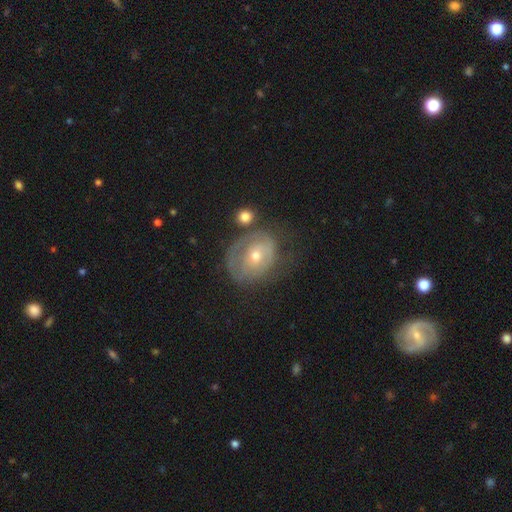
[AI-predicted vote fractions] smooth-or-featured: featured or disk: 66% | smooth: 26% | star or artifact: 8%
  disk-edge-on: no: 96% | yes: 4%
    bar: no: 65% | weak: 27% | strong: 8%
    has-spiral-arms: yes: 61% | no: 39%
    bulge-size: moderate: 49% | small: 48% | large: 2% | none: 1% | dominant: 1%
  merging: none: 50% | minor disturbance: 24% | major disturbance: 17% | merger: 8%